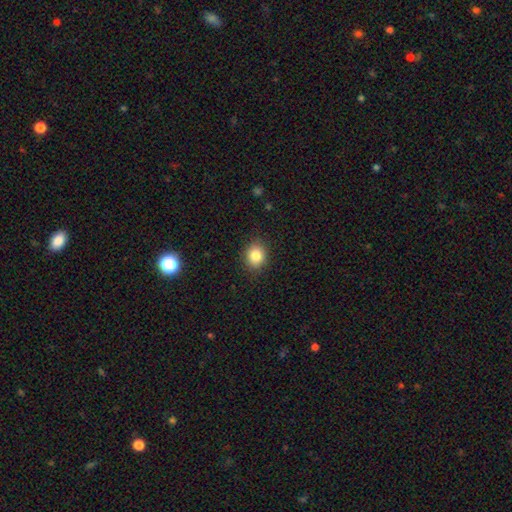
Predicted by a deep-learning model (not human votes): A smooth galaxy with no disk features (84%) that is round (68%). Merging: none (88%).